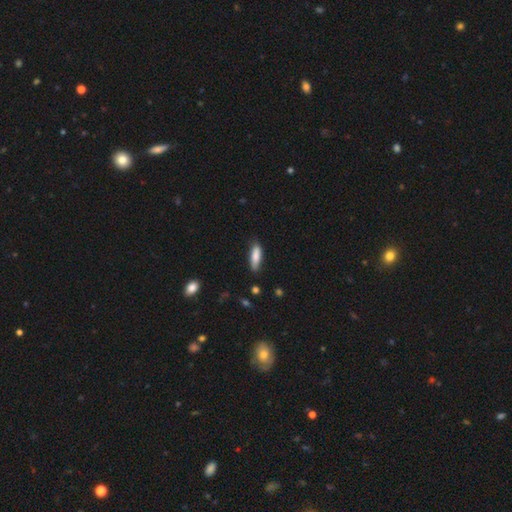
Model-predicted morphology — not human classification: Overall: smooth (83%). How rounded: cigar-shaped (56%; in between 42%). Merging: none (77%).